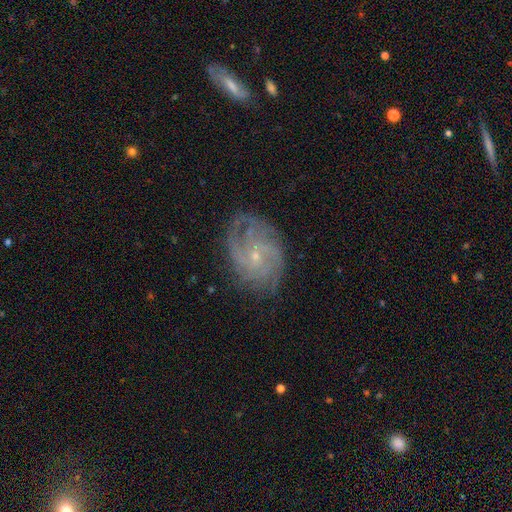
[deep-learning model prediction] Smooth or featured? featured or disk (85%)
Edge-on disk? no (97%)
Bar? no (62%)
Spiral arms? yes (96%)
Spiral winding? tight (51%)
Spiral arm count? can't tell (28%)
Bulge size? small (81%)
Merging? none (74%)